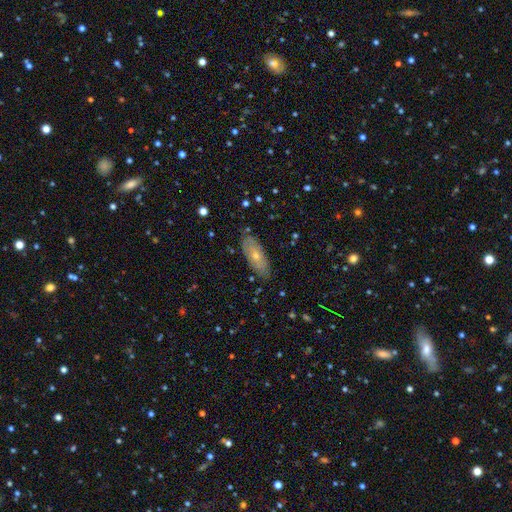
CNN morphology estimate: This appears to be a smooth galaxy with no disk features (48%). Merging: none (85%).